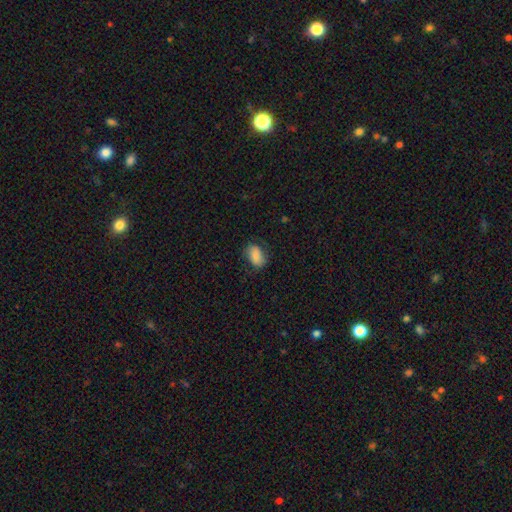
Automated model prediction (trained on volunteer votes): Smooth or featured? Predicted: smooth (p=0.81). How rounded? Predicted: in between (p=0.86). Merging? Predicted: none (p=0.70).